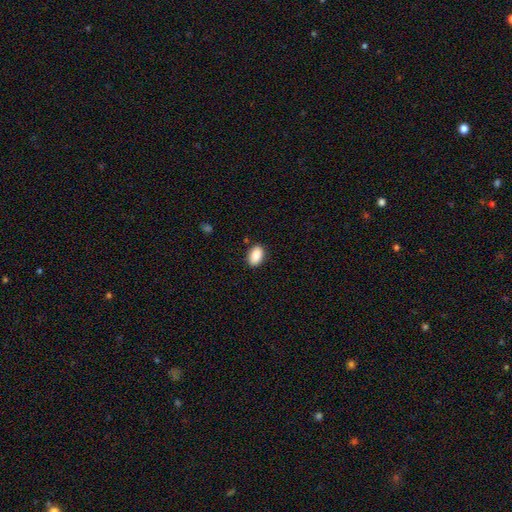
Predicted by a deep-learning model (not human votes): smooth 89%, star or artifact 7%, featured or disk 3%. Down the decision tree: how rounded — in between (90%); merging — none (86%).